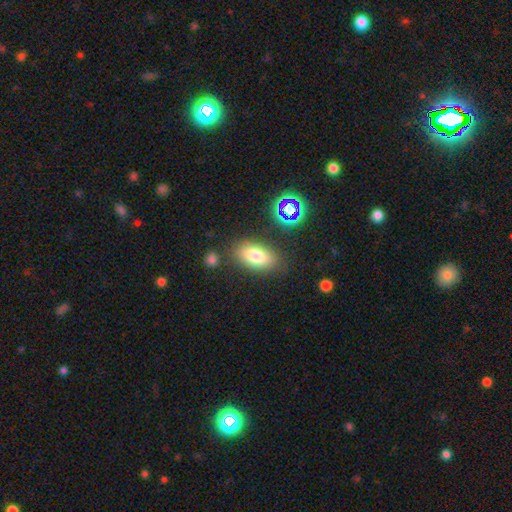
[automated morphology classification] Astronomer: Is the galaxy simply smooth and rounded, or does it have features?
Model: smooth — 75%.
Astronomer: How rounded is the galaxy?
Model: in between — 90%.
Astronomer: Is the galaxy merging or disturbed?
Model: none — 80%.